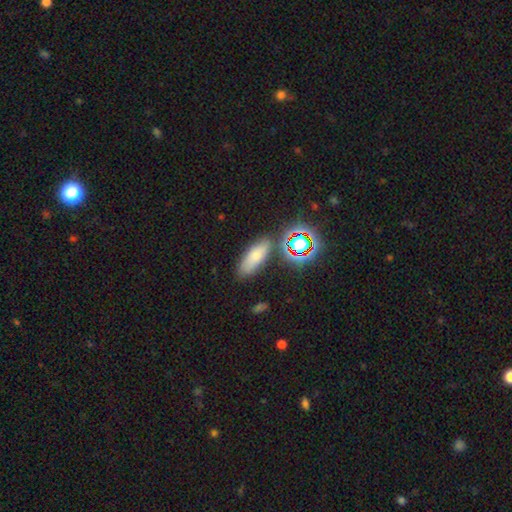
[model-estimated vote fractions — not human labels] Smooth or featured? Predicted: smooth (p=0.65). How rounded? Predicted: in between (p=0.69). Merging? Predicted: none (p=0.78).